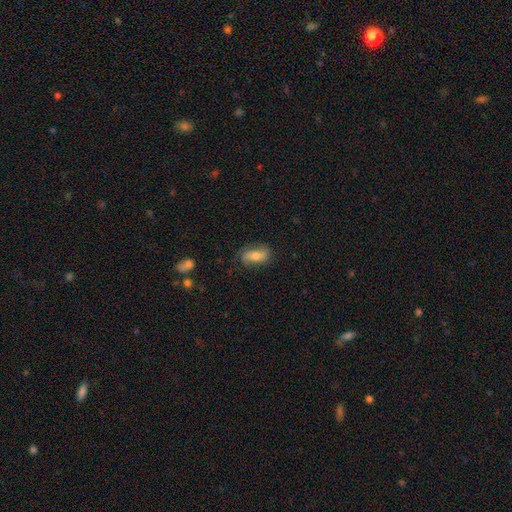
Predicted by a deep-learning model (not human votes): Smooth or featured? Predicted: smooth (p=0.58). How rounded? Predicted: in between (p=0.83). Merging? Predicted: none (p=0.70).